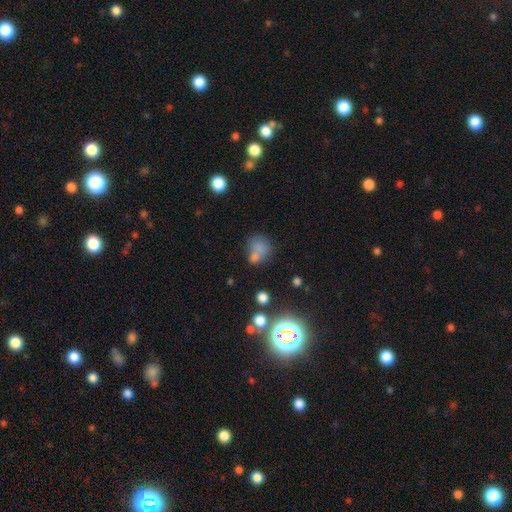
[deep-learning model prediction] Morphology: type=smooth (61%); roundness=round (63%); merging=none (43%).